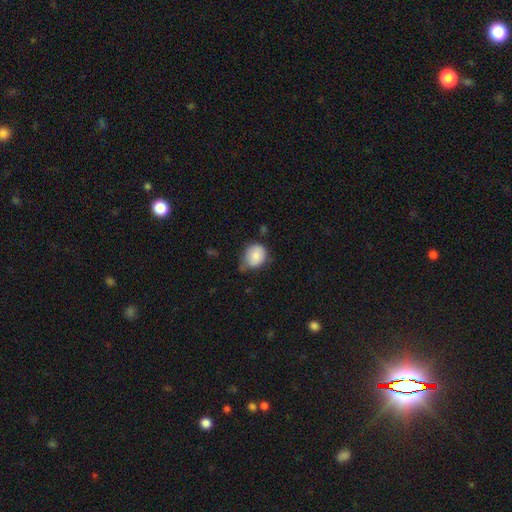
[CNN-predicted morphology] Smooth or featured?
  - smooth: 80% *
  - featured or disk: 12%
  - star or artifact: 8%
How rounded?
  - round: 68% *
  - in between: 31%
  - cigar-shaped: 1%
Merging?
  - none: 43% *
  - minor disturbance: 42%
  - major disturbance: 11%
  - merger: 4%